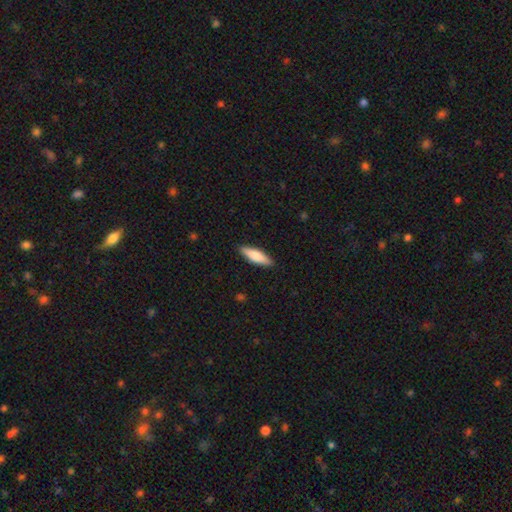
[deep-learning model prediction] Q: Smooth or featured?
A: smooth (74%); runner-up: featured or disk (21%)
Q: How rounded?
A: cigar-shaped (61%); runner-up: in between (37%)
Q: Merging?
A: none (90%); runner-up: minor disturbance (8%)